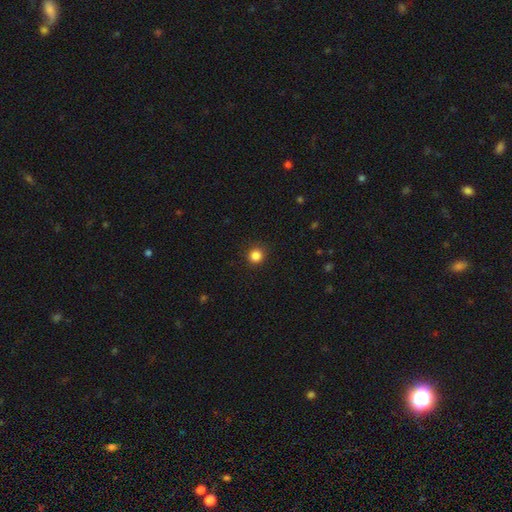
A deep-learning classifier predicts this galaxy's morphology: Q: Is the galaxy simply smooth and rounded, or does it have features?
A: smooth — 85%.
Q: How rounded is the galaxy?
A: round — 93%.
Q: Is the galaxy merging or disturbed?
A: none — 91%.